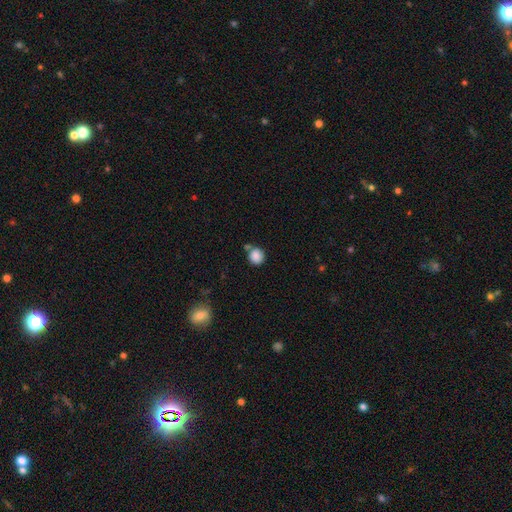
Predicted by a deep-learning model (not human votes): smooth_or_featured: smooth (p=0.86) [alt: star or artifact p=0.09]
how_rounded: round (p=0.86) [alt: in between p=0.13]
merging: none (p=0.62) [alt: merger p=0.17]